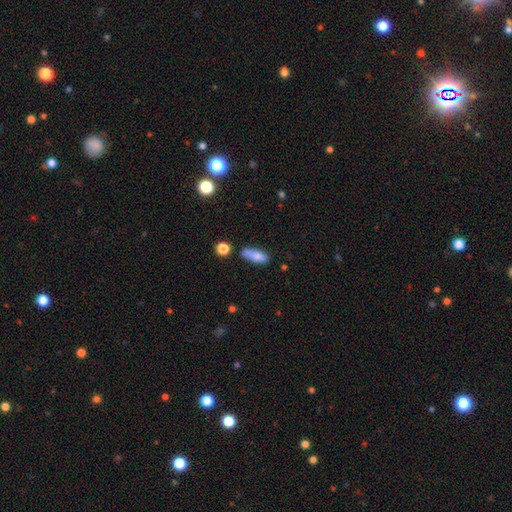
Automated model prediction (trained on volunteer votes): Morphology: type=smooth (80%); roundness=in between (66%); merging=none (60%).